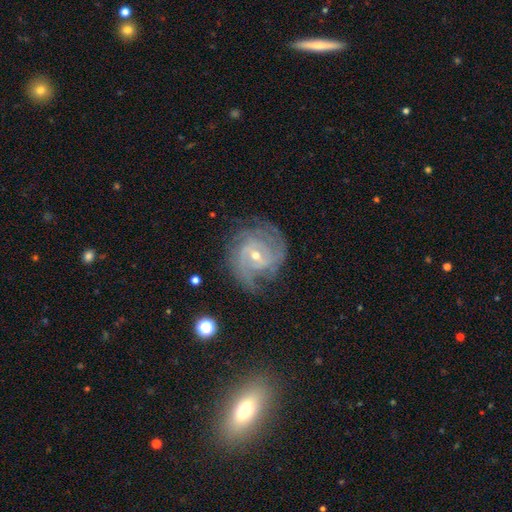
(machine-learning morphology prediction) A featured or disk galaxy (88%) with a weak bar (45%), 2 (30%) tight (61%) spiral arms (97%) and a small central bulge (56%). Merging: none (72%).